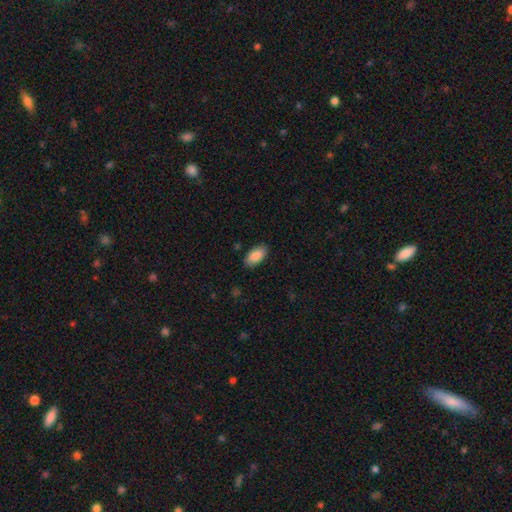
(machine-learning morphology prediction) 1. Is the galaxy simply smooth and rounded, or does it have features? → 88% smooth, 6% star or artifact, 6% featured or disk.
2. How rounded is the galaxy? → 94% in between, 3% cigar-shaped, 2% round.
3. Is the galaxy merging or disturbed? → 86% none, 11% minor disturbance, 2% major disturbance, 1% merger.